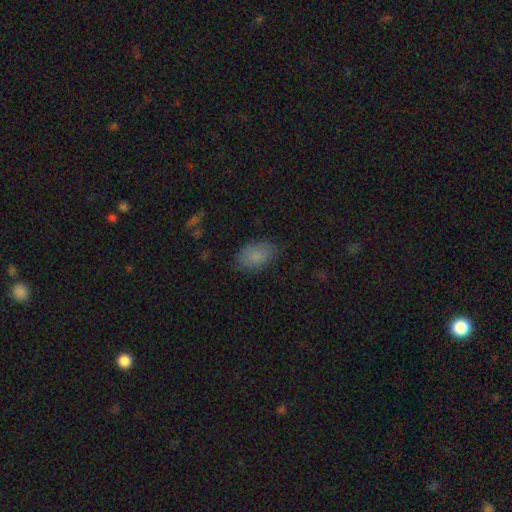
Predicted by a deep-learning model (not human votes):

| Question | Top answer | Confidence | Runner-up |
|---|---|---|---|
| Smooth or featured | smooth | 85% | star or artifact (8%) |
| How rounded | in between | 91% | round (7%) |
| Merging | none | 79% | minor disturbance (16%) |